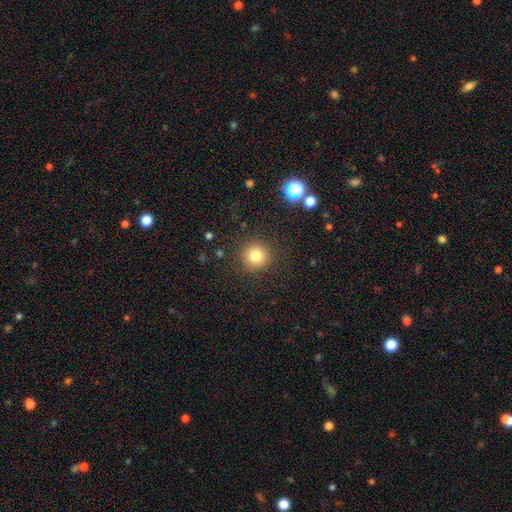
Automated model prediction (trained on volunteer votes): This is clearly a smooth galaxy (80%). How rounded: clearly round (94%). Merging: clearly none (89%).